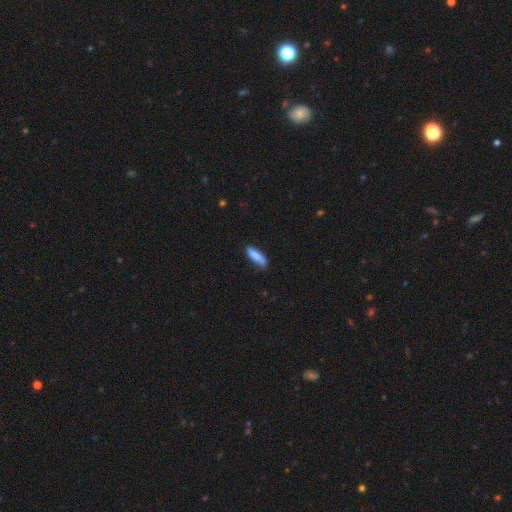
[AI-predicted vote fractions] Smooth or featured? smooth (82%)
How rounded? cigar-shaped (58%)
Merging? none (69%)